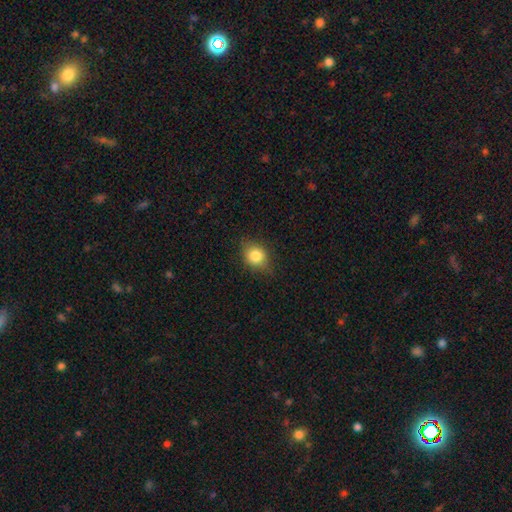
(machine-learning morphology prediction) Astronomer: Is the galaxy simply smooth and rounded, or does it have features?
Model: smooth — 81%.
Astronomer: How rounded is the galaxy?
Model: round — 52% (runner-up: in between, 46%).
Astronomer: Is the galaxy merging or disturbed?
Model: none — 77%.